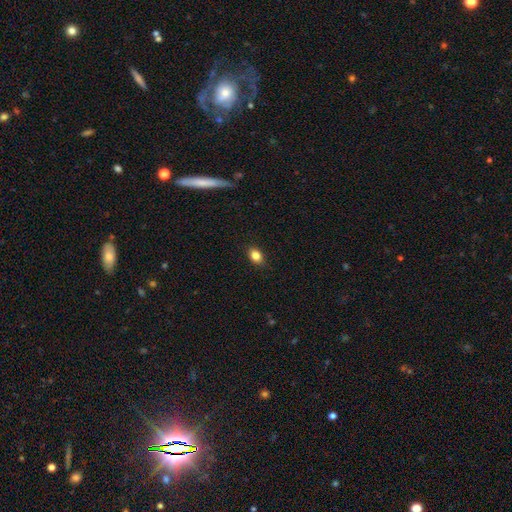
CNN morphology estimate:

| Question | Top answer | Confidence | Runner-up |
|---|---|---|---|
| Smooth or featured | smooth | 84% | star or artifact (10%) |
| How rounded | in between | 70% | round (28%) |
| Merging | none | 87% | minor disturbance (10%) |